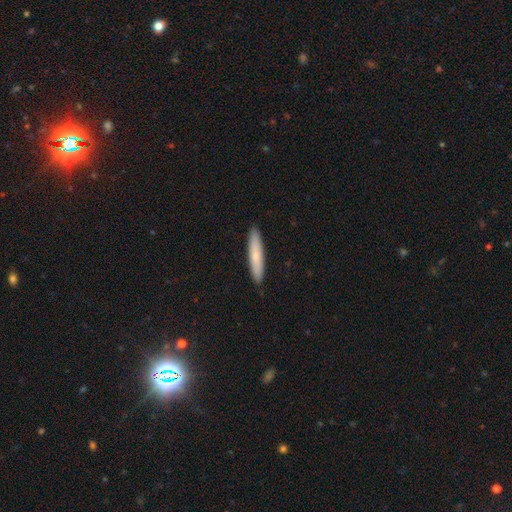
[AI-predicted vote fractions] This is likely a smooth galaxy (71%). How rounded: clearly cigar-shaped (91%). Merging: clearly none (91%).